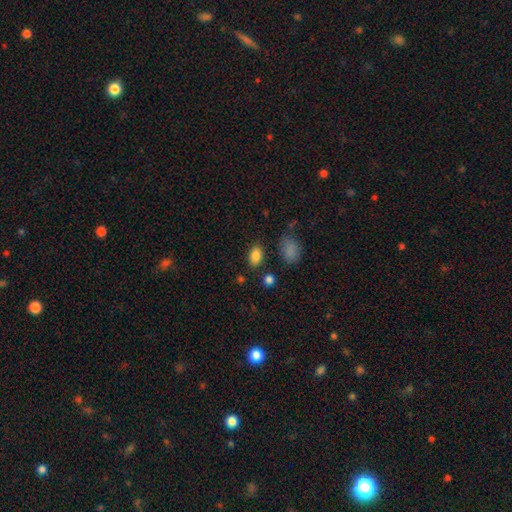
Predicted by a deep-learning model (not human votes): A smooth galaxy with no disk features (85%) that is in between round and cigar-shaped (86%).

Vote fractions:
- Smooth or featured? smooth: 85% / star or artifact: 10% / featured or disk: 5%
- How rounded? in between: 86% / round: 13% / cigar-shaped: 2%
- Merging? none: 82% / minor disturbance: 11% / merger: 4% / major disturbance: 3%